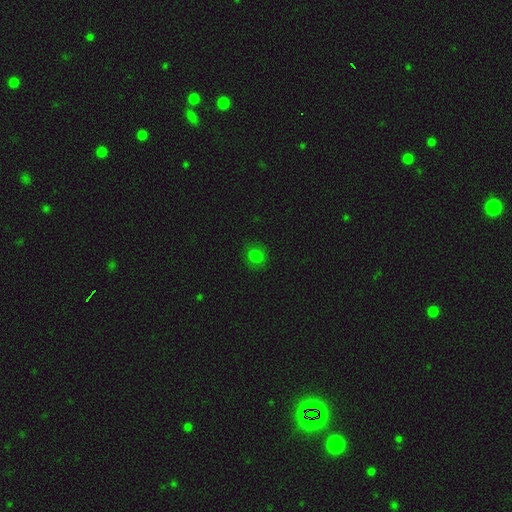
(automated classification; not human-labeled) This appears to be a smooth galaxy with no disk features (77%) that is round (70%). Merging: none (84%).